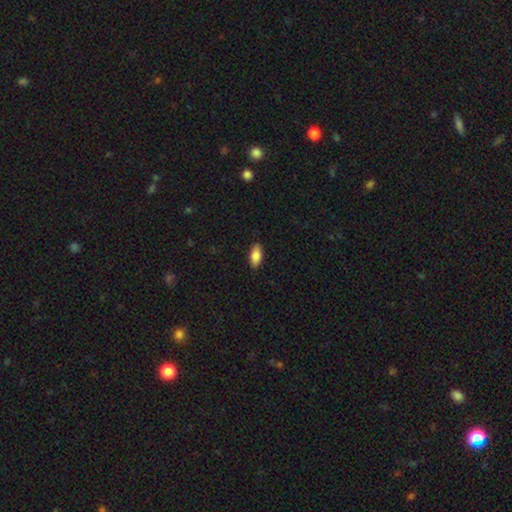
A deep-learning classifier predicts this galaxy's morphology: Smooth or featured? Predicted: smooth (p=0.85). How rounded? Predicted: in between (p=0.89). Merging? Predicted: none (p=0.88).